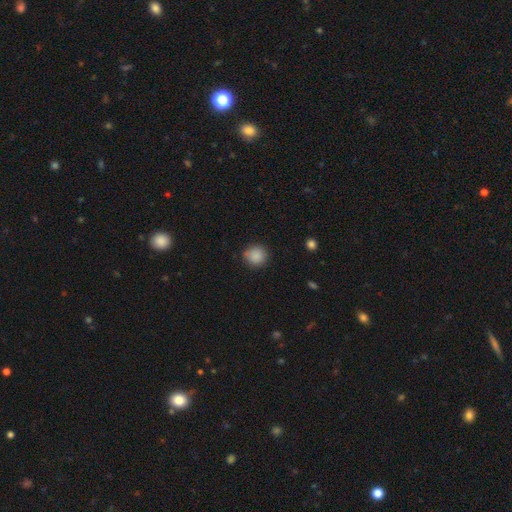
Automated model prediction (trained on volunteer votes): Smooth or featured?
  - smooth: 87% *
  - star or artifact: 9%
  - featured or disk: 4%
How rounded?
  - round: 88% *
  - in between: 11%
  - cigar-shaped: 1%
Merging?
  - none: 81% *
  - minor disturbance: 14%
  - major disturbance: 3%
  - merger: 2%